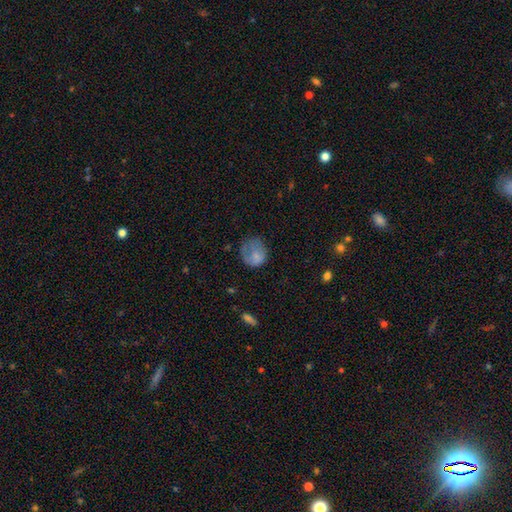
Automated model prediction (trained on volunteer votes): This appears to be a smooth galaxy with no disk features (74%) that is round (68%). Merging: none (40%).